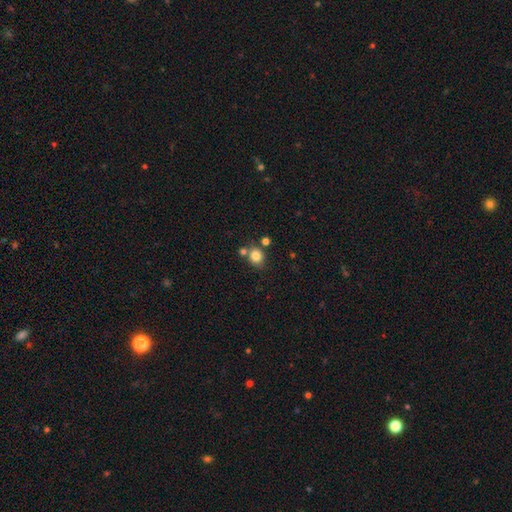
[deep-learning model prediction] This is clearly a smooth galaxy (82%). How rounded: likely round (72%). Merging: likely none (67%).